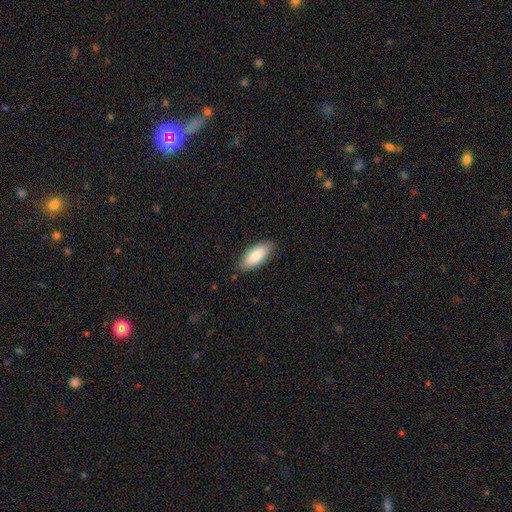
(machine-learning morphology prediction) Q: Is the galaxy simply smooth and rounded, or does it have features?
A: smooth — 82%.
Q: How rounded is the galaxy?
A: in between — 86%.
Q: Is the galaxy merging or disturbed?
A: none — 84%.